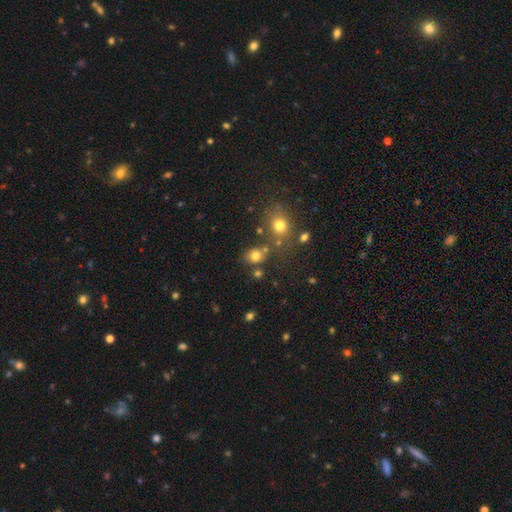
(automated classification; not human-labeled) Q: Smooth or featured?
A: smooth (76%); runner-up: star or artifact (16%)
Q: How rounded?
A: round (63%); runner-up: in between (36%)
Q: Merging?
A: none (68%); runner-up: merger (14%)